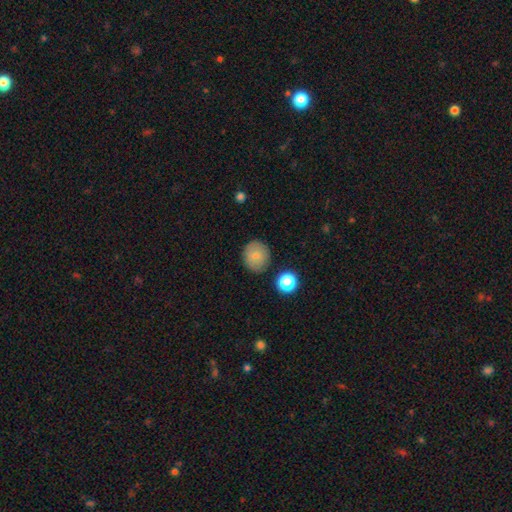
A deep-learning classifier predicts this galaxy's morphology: Smooth or featured? Predicted: smooth (p=0.78). How rounded? Predicted: round (p=0.84). Merging? Predicted: none (p=0.85).